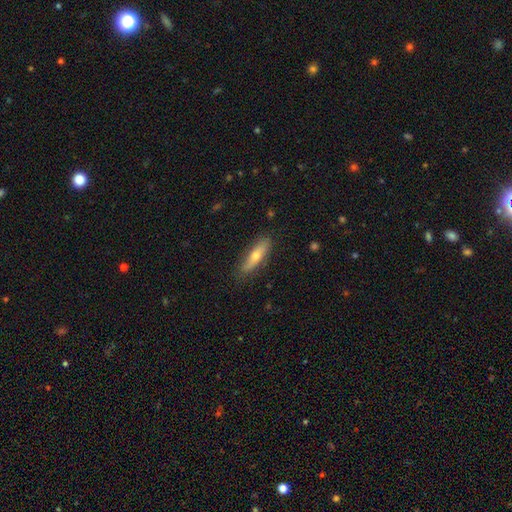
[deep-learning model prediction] Smooth or featured? Predicted: smooth (p=0.58). How rounded? Predicted: cigar-shaped (p=0.65). Merging? Predicted: none (p=0.83).